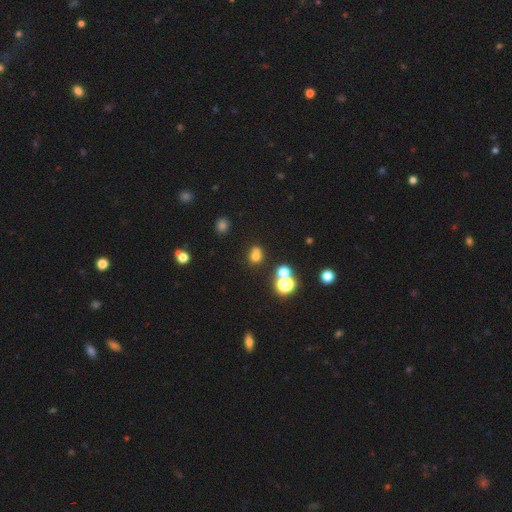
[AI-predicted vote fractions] smooth-or-featured: smooth: 65% | star or artifact: 25% | featured or disk: 10%
  how-rounded: round: 77% | in between: 22% | cigar-shaped: 1%
  merging: none: 52% | merger: 34% | minor disturbance: 10% | major disturbance: 5%